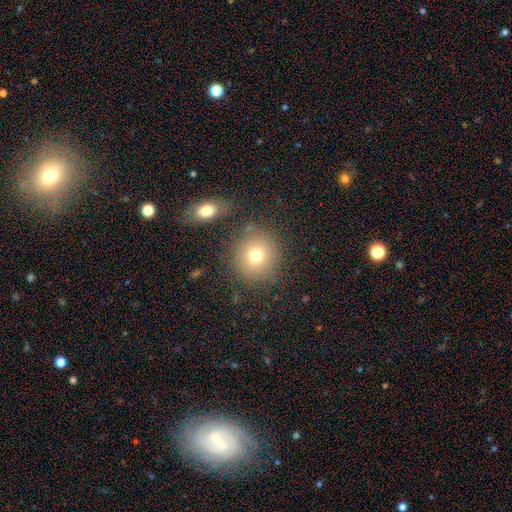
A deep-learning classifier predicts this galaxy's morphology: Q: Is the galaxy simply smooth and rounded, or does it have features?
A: smooth — 73%.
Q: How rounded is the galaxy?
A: round — 89%.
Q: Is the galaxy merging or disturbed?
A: none — 81%.